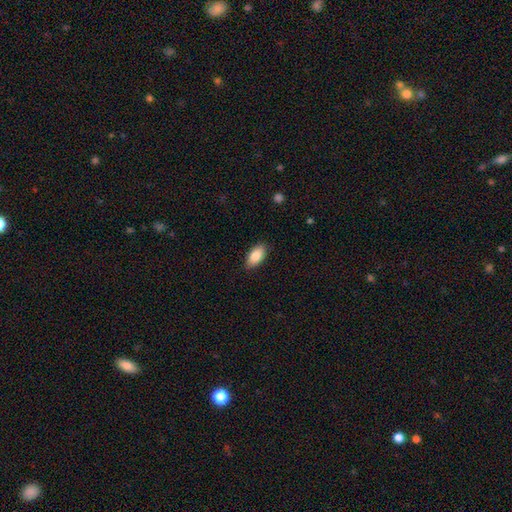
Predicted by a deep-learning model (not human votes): smooth 86%, featured or disk 8%, star or artifact 6%. Down the decision tree: how rounded — in between (93%); merging — none (87%).